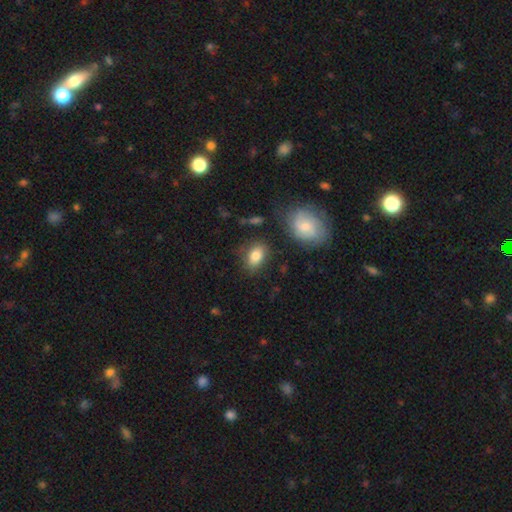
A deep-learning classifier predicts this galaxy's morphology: A smooth galaxy with no disk features (82%) that is in between round and cigar-shaped (83%).

Vote fractions:
- Smooth or featured? smooth: 82% / featured or disk: 11% / star or artifact: 8%
- How rounded? in between: 83% / round: 16% / cigar-shaped: 2%
- Merging? none: 76% / minor disturbance: 16% / major disturbance: 5% / merger: 4%